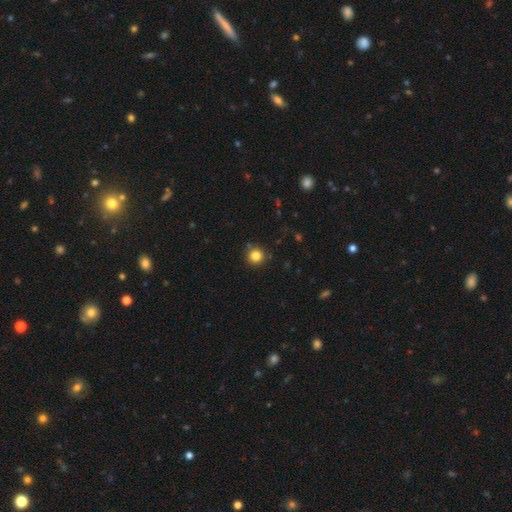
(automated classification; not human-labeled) Q: Smooth or featured?
A: smooth (83%); runner-up: star or artifact (12%)
Q: How rounded?
A: round (95%); runner-up: in between (4%)
Q: Merging?
A: none (87%); runner-up: minor disturbance (8%)